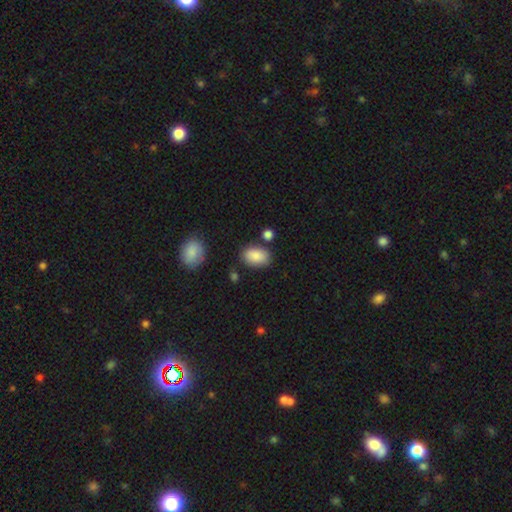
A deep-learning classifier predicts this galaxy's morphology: A smooth galaxy with no disk features (87%) that is in between round and cigar-shaped (88%). Merging: none (76%).